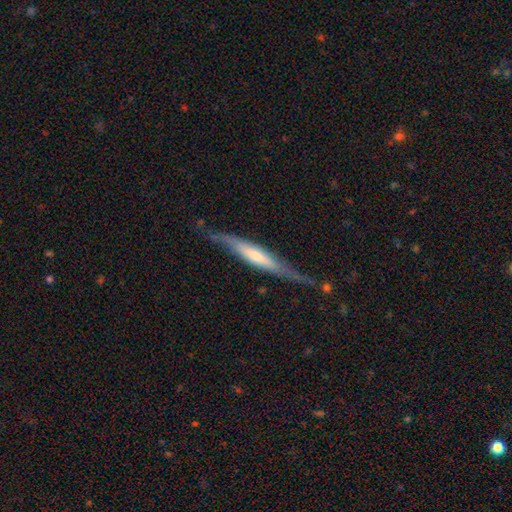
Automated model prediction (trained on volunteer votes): Smooth or featured? featured or disk (55%)
Edge-on disk? yes (85%)
Merging? none (67%)